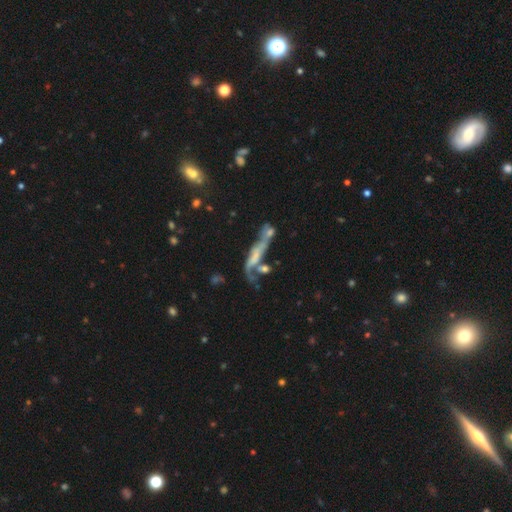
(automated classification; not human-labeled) Smooth or featured: featured or disk — 57% (smooth — 32%)
Edge-on disk: no — 62% (yes — 38%)
Merging: merger — 42% (major disturbance — 23%)